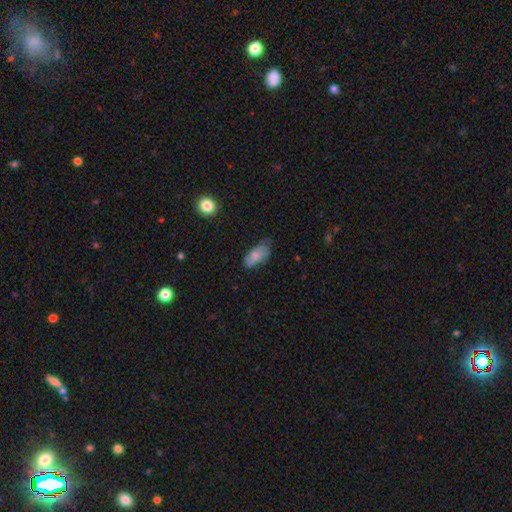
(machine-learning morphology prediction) smooth_or_featured: smooth (p=0.77) [alt: featured or disk p=0.15]
how_rounded: in between (p=0.88) [alt: cigar-shaped p=0.08]
merging: none (p=0.51) [alt: minor disturbance p=0.37]